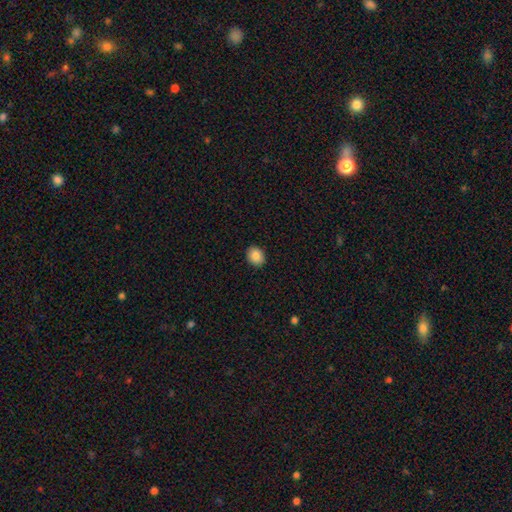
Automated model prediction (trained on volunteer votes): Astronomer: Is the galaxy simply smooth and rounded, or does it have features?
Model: smooth — 87%.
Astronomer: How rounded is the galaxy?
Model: in between — 53% (runner-up: round, 46%).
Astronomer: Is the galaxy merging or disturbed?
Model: none — 90%.